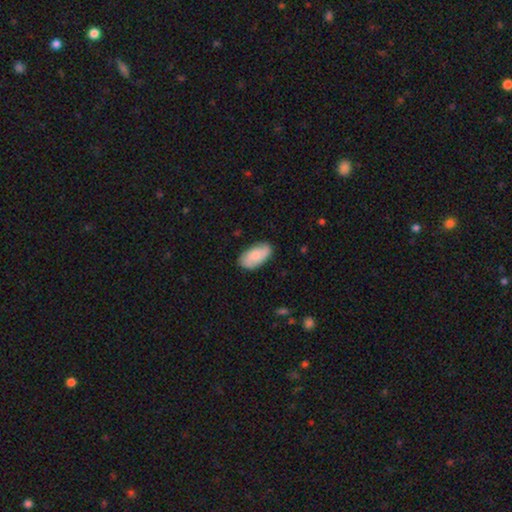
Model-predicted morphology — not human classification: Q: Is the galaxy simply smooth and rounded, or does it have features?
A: smooth — 78%.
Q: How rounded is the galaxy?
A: in between — 94%.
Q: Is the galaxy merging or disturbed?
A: none — 81%.